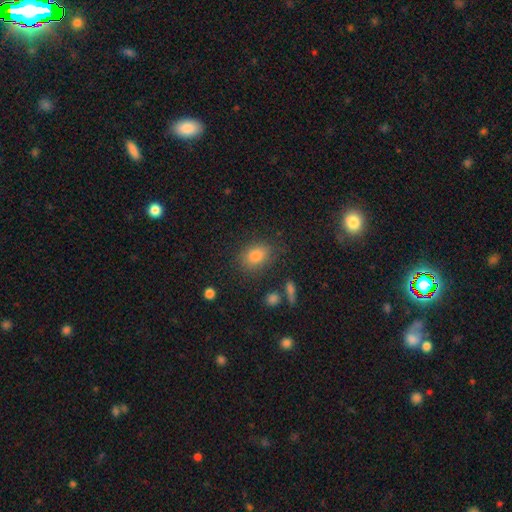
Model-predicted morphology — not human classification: This appears to be a smooth galaxy with no disk features (82%) that is in between round and cigar-shaped (69%). Merging: none (80%).